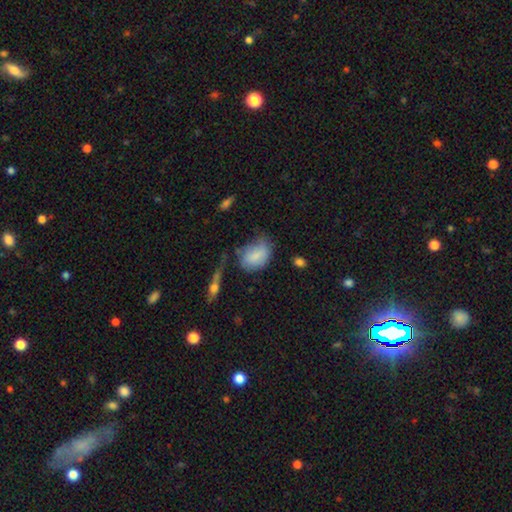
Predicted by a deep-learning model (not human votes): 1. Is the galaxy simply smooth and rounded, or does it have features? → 79% smooth, 14% featured or disk, 8% star or artifact.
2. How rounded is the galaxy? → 78% in between, 21% round, 1% cigar-shaped.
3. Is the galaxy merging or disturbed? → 45% none, 34% minor disturbance, 15% major disturbance, 6% merger.